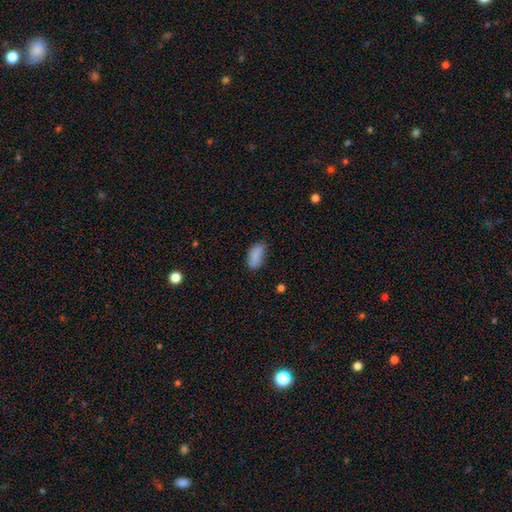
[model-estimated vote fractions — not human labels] The model was most divided on "merging": none: 67%, minor disturbance: 25%, major disturbance: 5%, merger: 2%. More confident: how rounded — in between (90%); smooth or featured — smooth (85%).